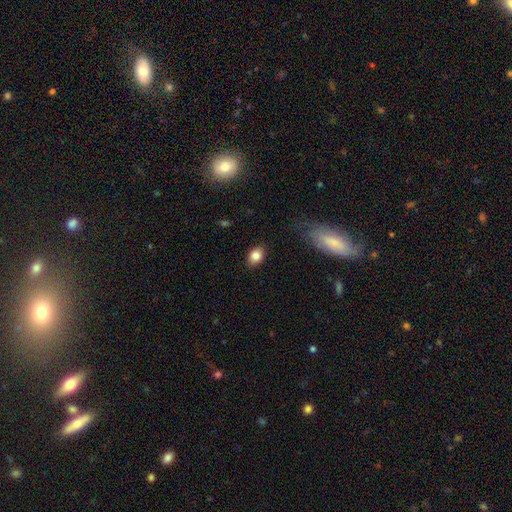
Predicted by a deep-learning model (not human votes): Morphology: type=smooth (84%); roundness=in between (75%); merging=none (85%).